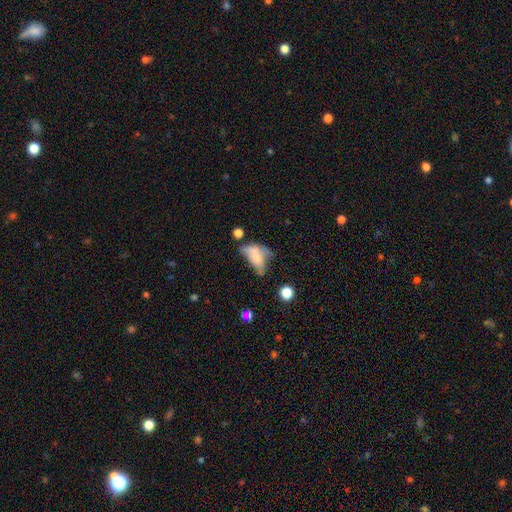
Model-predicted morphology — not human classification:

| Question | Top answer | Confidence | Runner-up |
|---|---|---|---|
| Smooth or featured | smooth | 58% | featured or disk (31%) |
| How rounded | in between | 85% | round (8%) |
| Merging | major disturbance | 33% | minor disturbance (25%) |